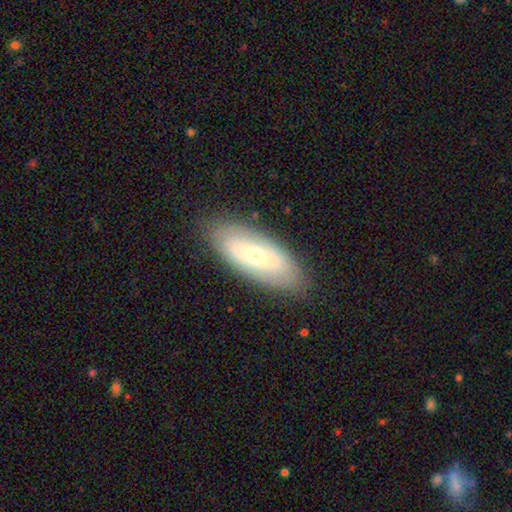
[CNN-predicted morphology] This appears to be a featured or disk galaxy (50%). Merging: none (83%).